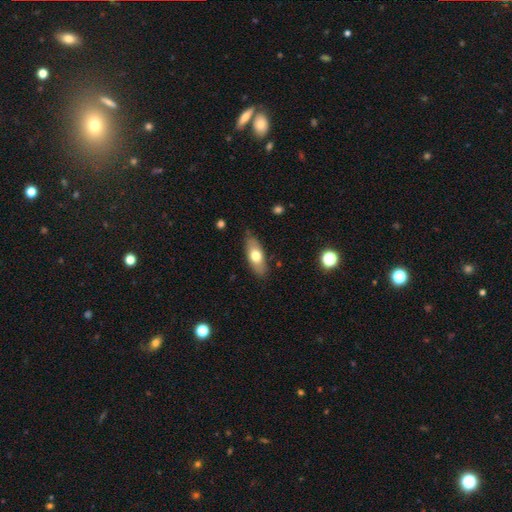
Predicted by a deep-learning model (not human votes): Smooth or featured? Predicted: smooth (p=0.66). How rounded? Predicted: in between (p=0.76). Merging? Predicted: none (p=0.82).